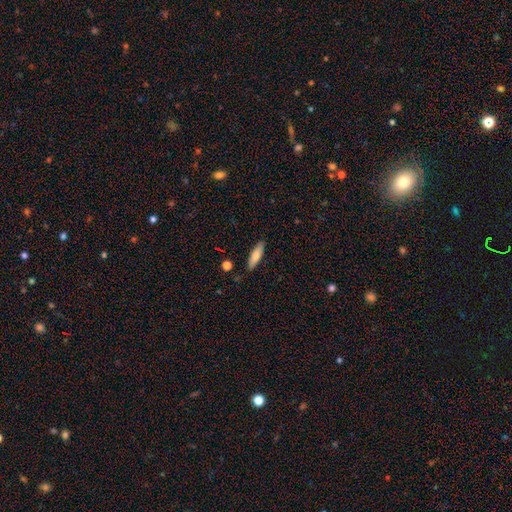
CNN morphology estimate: smooth 74%, featured or disk 19%, star or artifact 6%. Down the decision tree: how rounded — cigar-shaped (62%); merging — none (87%).